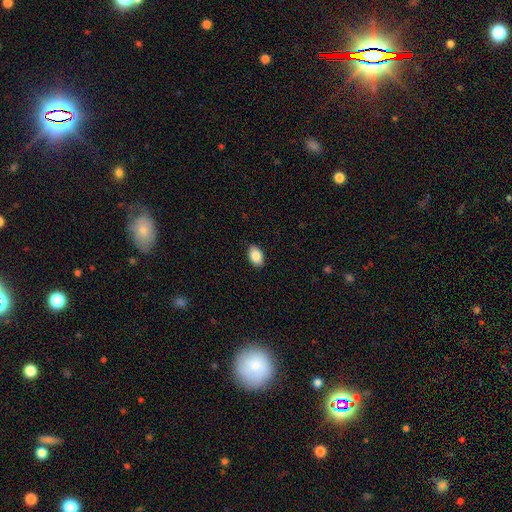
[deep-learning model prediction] Smooth or featured? smooth (87%)
How rounded? in between (91%)
Merging? none (89%)